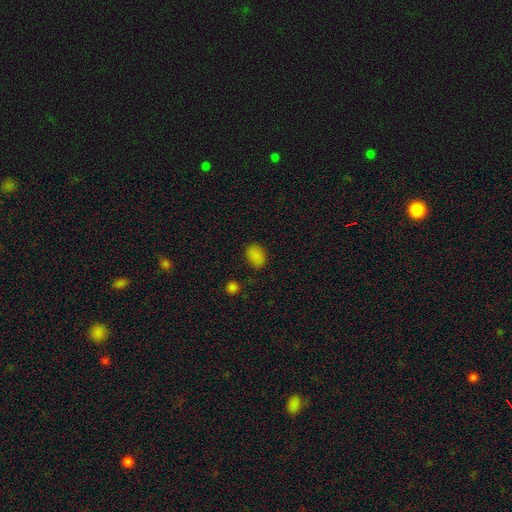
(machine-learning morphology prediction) A smooth galaxy with no disk features (83%) that is in between round and cigar-shaped (80%). Merging: none (81%).